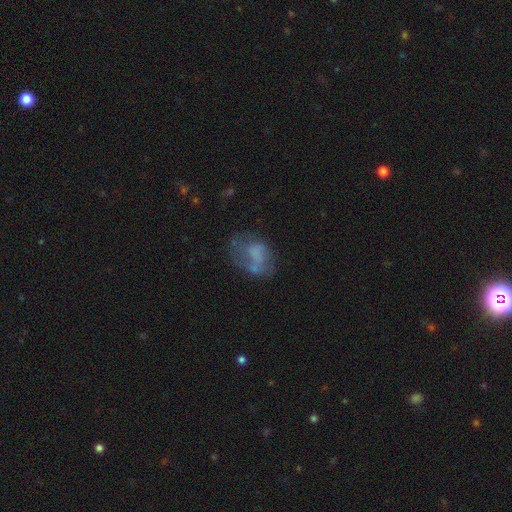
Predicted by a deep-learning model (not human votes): This is possibly a smooth galaxy (51%). How rounded: likely in between (73%). Merging: marginally none (35%).